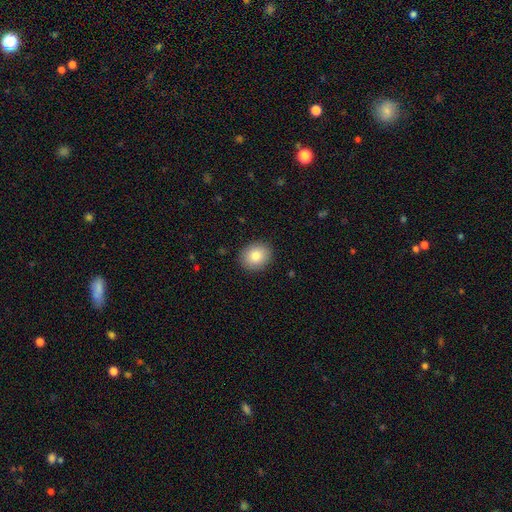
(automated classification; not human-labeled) Q: Smooth or featured?
A: smooth (84%); runner-up: star or artifact (8%)
Q: How rounded?
A: round (58%); runner-up: in between (41%)
Q: Merging?
A: none (89%); runner-up: minor disturbance (8%)